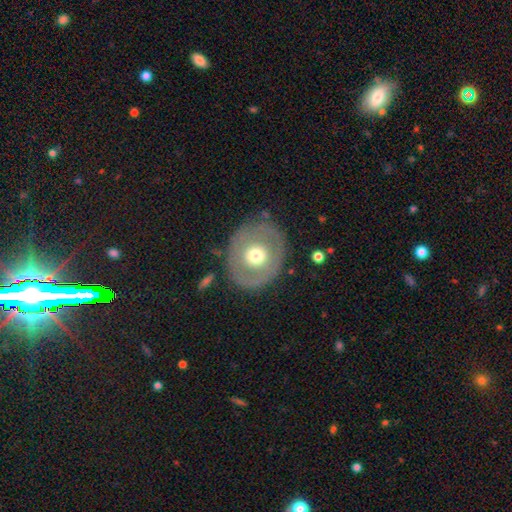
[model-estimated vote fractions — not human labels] A featured or disk galaxy (48%).

Vote fractions:
- Smooth or featured? featured or disk: 48% / smooth: 46% / star or artifact: 6%
- Merging? none: 80% / minor disturbance: 12% / major disturbance: 6% / merger: 2%